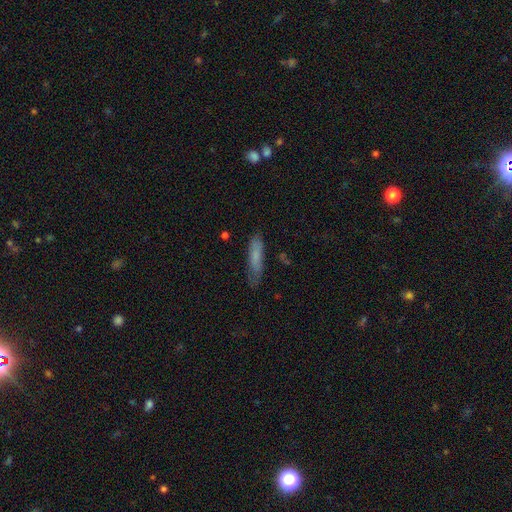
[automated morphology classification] Overall: smooth (75%). How rounded: cigar-shaped (78%). Merging: none (71%).